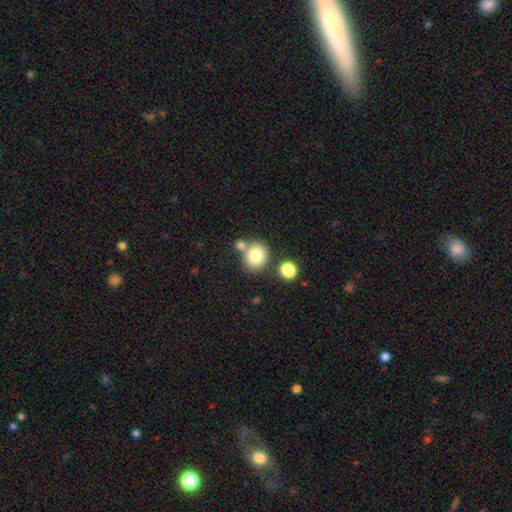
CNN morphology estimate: This is likely a smooth galaxy (78%). How rounded: likely round (78%). Merging: likely none (66%).